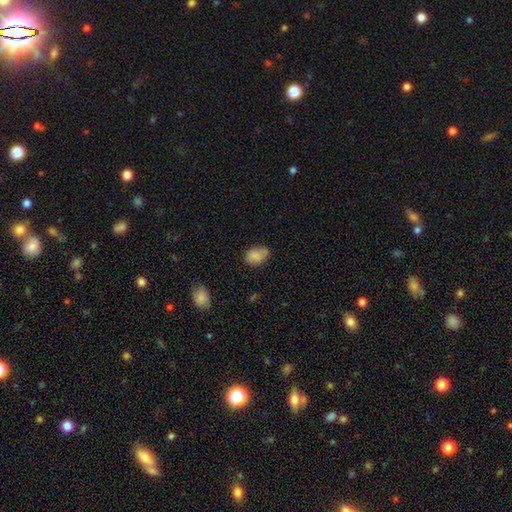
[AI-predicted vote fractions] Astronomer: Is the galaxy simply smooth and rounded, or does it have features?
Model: smooth — 84%.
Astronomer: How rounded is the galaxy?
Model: in between — 78%.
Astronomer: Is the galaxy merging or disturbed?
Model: none — 66%.